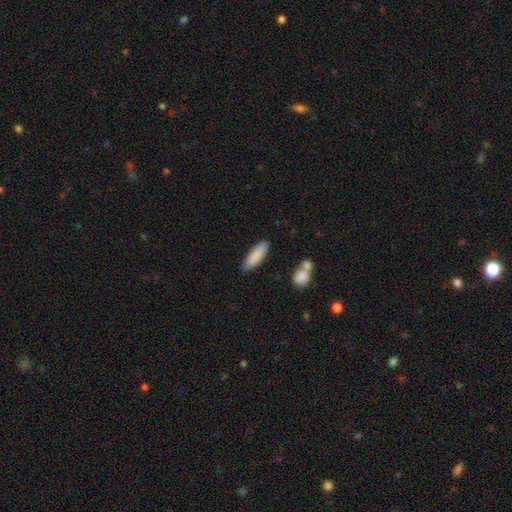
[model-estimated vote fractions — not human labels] A smooth galaxy with no disk features (87%) that is in between round and cigar-shaped (50%).

Vote fractions:
- Smooth or featured? smooth: 87% / featured or disk: 7% / star or artifact: 6%
- How rounded? in between: 50% / cigar-shaped: 49% / round: 1%
- Merging? none: 82% / minor disturbance: 12% / merger: 3% / major disturbance: 3%